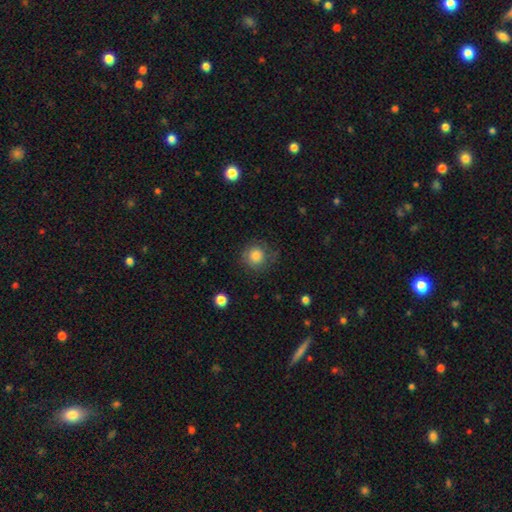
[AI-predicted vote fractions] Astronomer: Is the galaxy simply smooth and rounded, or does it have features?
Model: smooth — 79%.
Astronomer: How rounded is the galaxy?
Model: round — 92%.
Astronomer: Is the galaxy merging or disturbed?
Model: none — 73%.